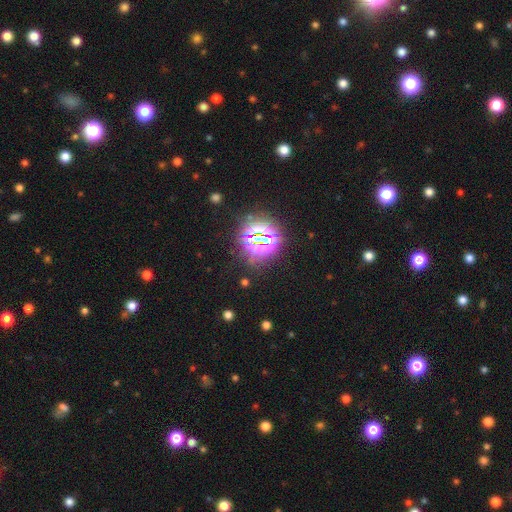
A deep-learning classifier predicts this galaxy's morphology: smooth_or_featured: star or artifact (p=0.79) [alt: smooth p=0.14]